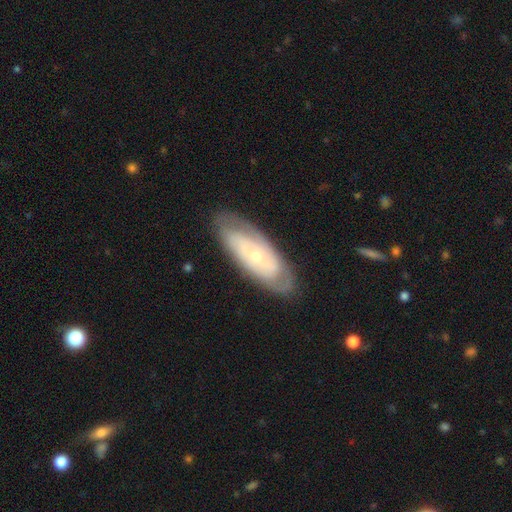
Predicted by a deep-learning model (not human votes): Smooth or featured? Predicted: featured or disk (p=0.71). Edge-on disk? Predicted: no (p=0.88). Bar? Predicted: no (p=0.78). Spiral arms? Predicted: yes (p=0.73). Bulge size? Predicted: small (p=0.68). Merging? Predicted: none (p=0.80).